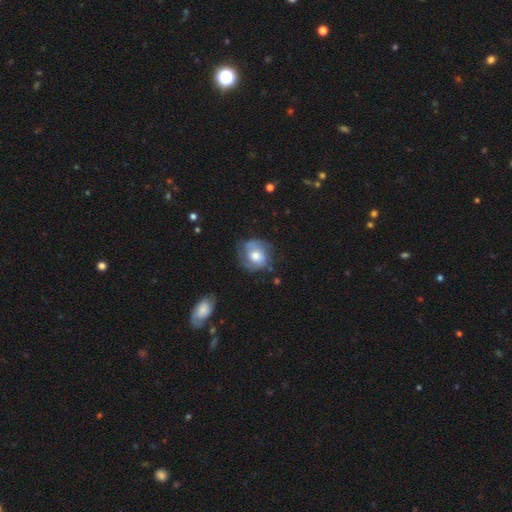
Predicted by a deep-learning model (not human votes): smooth_or_featured: featured or disk (p=0.56) [alt: smooth p=0.36]
disk_edge_on: no (p=0.97) [alt: yes p=0.03]
bar: no (p=0.73) [alt: weak p=0.23]
has_spiral_arms: yes (p=0.79) [alt: no p=0.21]
bulge_size: moderate (p=0.60) [alt: large p=0.24]
merging: none (p=0.63) [alt: minor disturbance p=0.23]